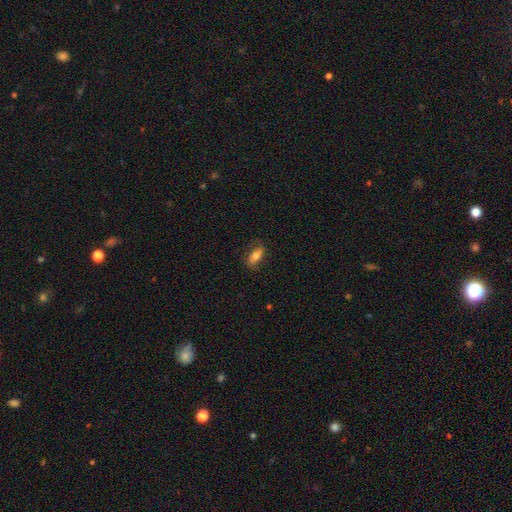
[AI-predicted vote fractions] Overall: smooth (64%; featured or disk 29%). How rounded: in between (77%). Merging: none (75%).